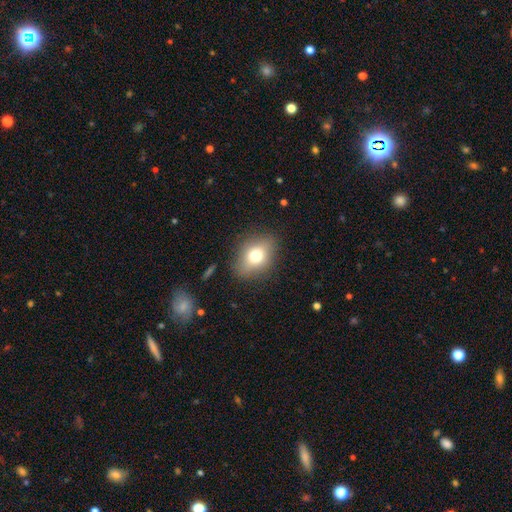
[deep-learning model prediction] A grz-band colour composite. It shows a smooth galaxy with no disk features (73%) that is in between round and cigar-shaped (68%). Merging: none (81%).